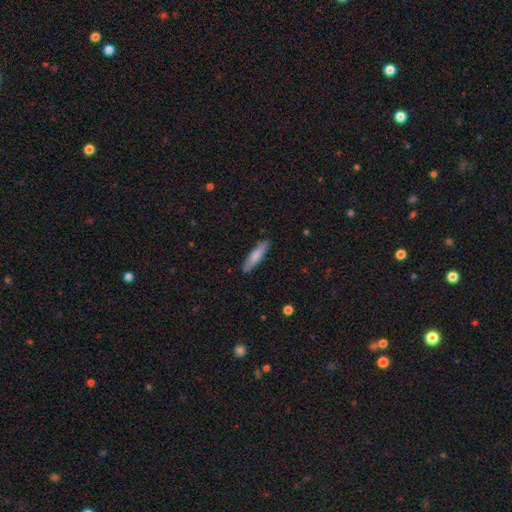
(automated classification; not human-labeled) Smooth or featured?
  - smooth: 73% *
  - featured or disk: 22%
  - star or artifact: 5%
How rounded?
  - cigar-shaped: 84% *
  - in between: 14%
  - round: 1%
Merging?
  - none: 88% *
  - minor disturbance: 9%
  - major disturbance: 2%
  - merger: 1%